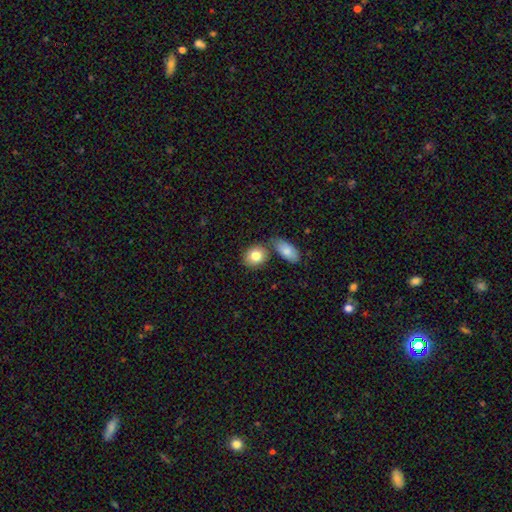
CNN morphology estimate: type=smooth (81%); roundness=in between (50%); merging=none (64%).